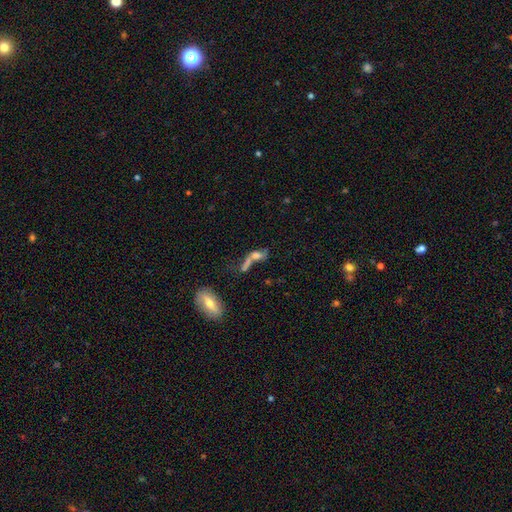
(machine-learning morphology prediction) type=smooth (53%); roundness=in between (58%); merging=merger (48%).